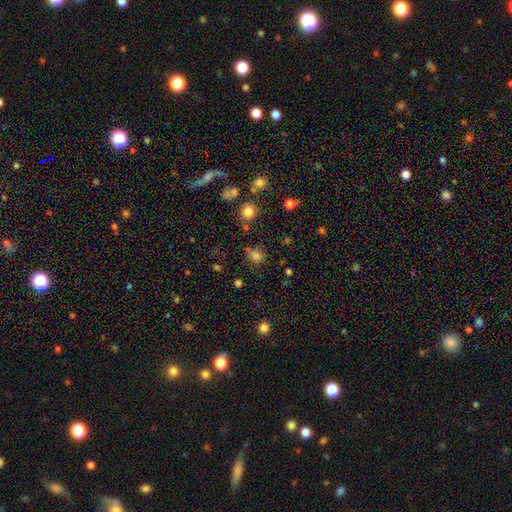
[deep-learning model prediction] Smooth or featured?
  - smooth: 77% *
  - star or artifact: 17%
  - featured or disk: 5%
How rounded?
  - round: 66% *
  - in between: 33%
  - cigar-shaped: 1%
Merging?
  - none: 74% *
  - minor disturbance: 15%
  - merger: 6%
  - major disturbance: 5%